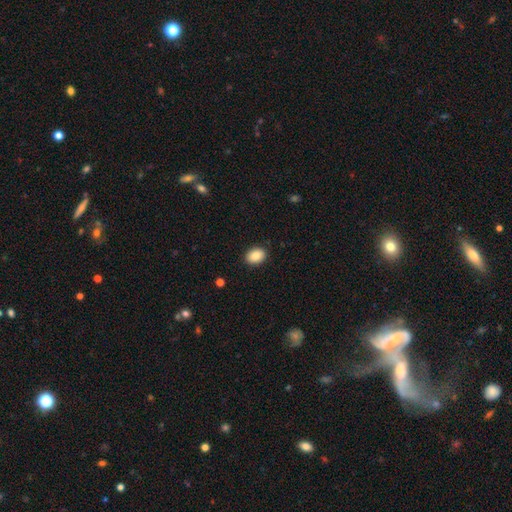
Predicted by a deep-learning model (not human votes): Smooth or featured? Predicted: smooth (p=0.88). How rounded? Predicted: in between (p=0.74). Merging? Predicted: none (p=0.89).